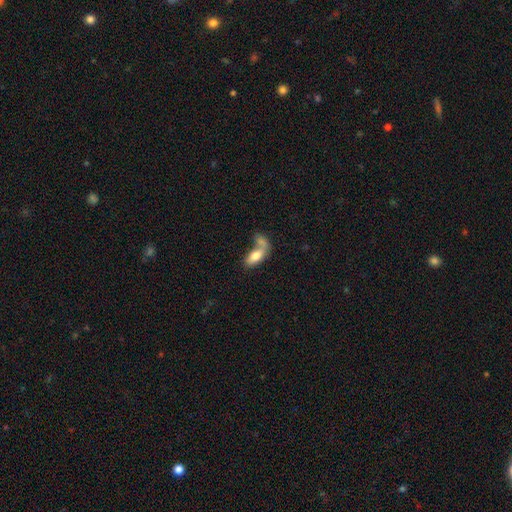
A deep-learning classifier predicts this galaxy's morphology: Smooth or featured?
  - smooth: 72% *
  - featured or disk: 21%
  - star or artifact: 7%
How rounded?
  - in between: 82% *
  - cigar-shaped: 14%
  - round: 4%
Merging?
  - merger: 54% *
  - none: 25%
  - major disturbance: 11%
  - minor disturbance: 10%